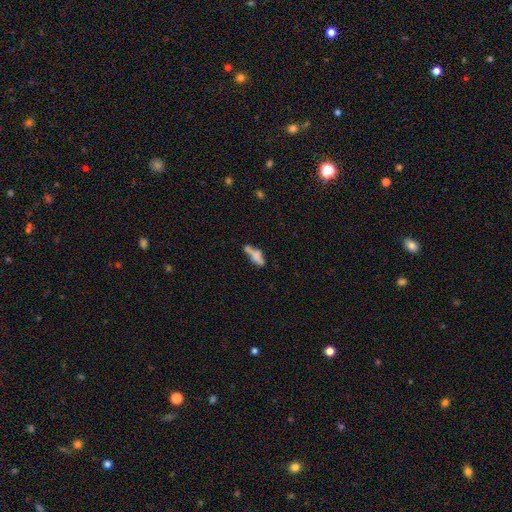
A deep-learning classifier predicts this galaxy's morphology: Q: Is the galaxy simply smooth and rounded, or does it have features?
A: smooth — 58%.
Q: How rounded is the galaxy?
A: in between — 52%.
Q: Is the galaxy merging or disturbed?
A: none — 34%.